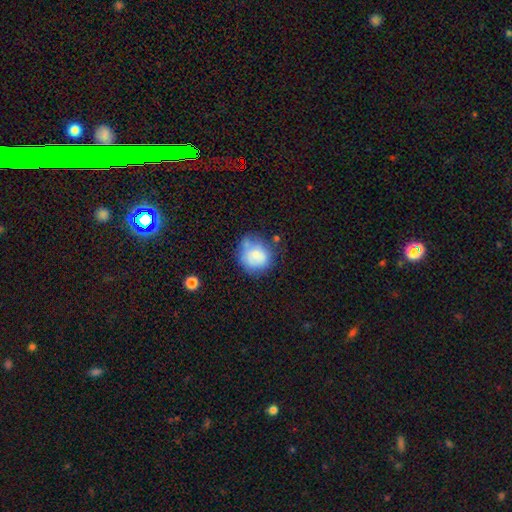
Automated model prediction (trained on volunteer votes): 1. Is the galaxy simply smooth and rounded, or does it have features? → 70% smooth, 21% featured or disk, 9% star or artifact.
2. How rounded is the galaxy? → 80% round, 19% in between, 1% cigar-shaped.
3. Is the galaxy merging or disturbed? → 47% none, 28% minor disturbance, 13% major disturbance, 12% merger.